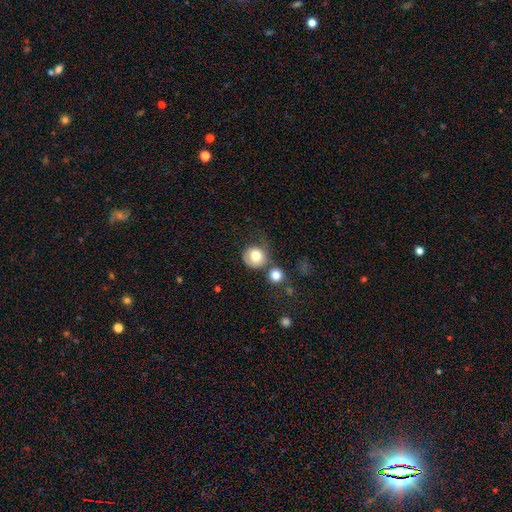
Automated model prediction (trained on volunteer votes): A smooth galaxy with no disk features (77%) that is round (87%).

Vote fractions:
- Smooth or featured? smooth: 77% / featured or disk: 15% / star or artifact: 9%
- How rounded? round: 87% / in between: 12% / cigar-shaped: 1%
- Merging? none: 52% / minor disturbance: 20% / merger: 15% / major disturbance: 13%